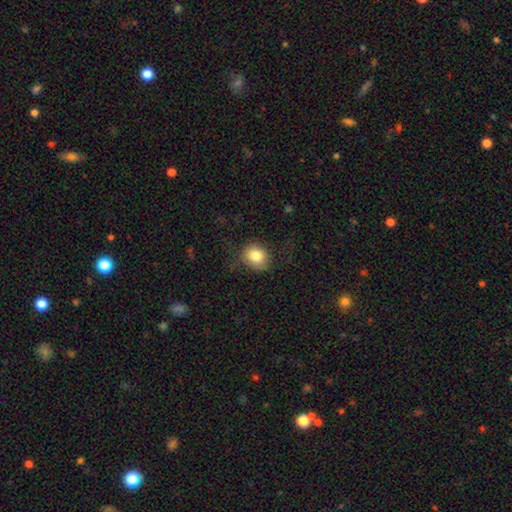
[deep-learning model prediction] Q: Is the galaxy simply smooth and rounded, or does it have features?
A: smooth — 82%.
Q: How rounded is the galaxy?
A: round — 67%.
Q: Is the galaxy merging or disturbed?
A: none — 71%.